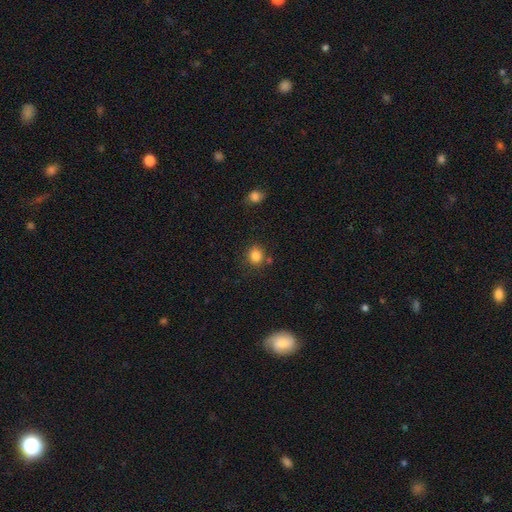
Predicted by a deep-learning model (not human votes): A smooth galaxy with no disk features (84%) that is round (71%).

Vote fractions:
- Smooth or featured? smooth: 84% / star or artifact: 11% / featured or disk: 5%
- How rounded? round: 71% / in between: 28% / cigar-shaped: 1%
- Merging? none: 76% / minor disturbance: 13% / merger: 7% / major disturbance: 4%